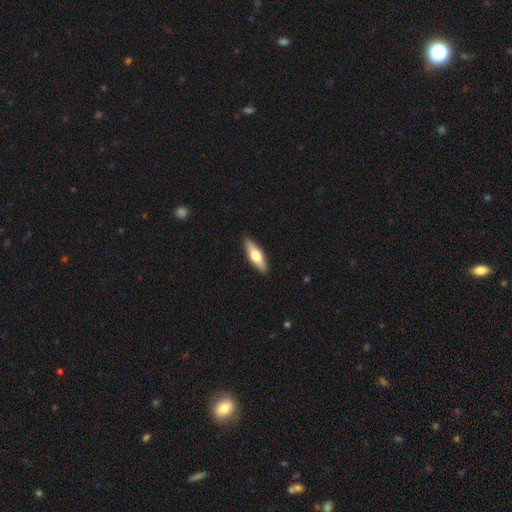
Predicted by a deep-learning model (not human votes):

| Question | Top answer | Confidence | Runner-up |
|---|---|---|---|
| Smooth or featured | smooth | 52% | featured or disk (43%) |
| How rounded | cigar-shaped | 54% | in between (43%) |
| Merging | none | 90% | minor disturbance (8%) |